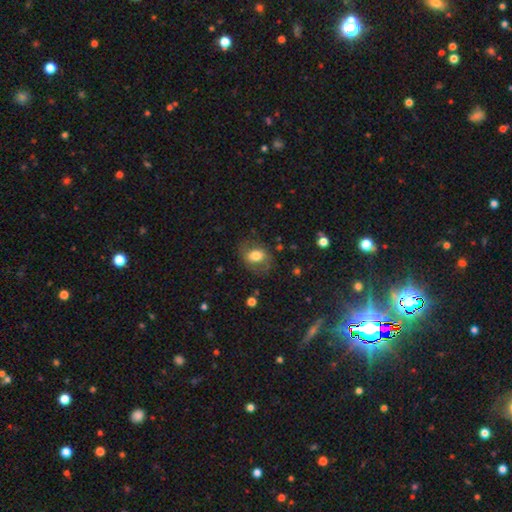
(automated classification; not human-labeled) Smooth or featured? Predicted: smooth (p=0.65). How rounded? Predicted: in between (p=0.66). Merging? Predicted: none (p=0.66).